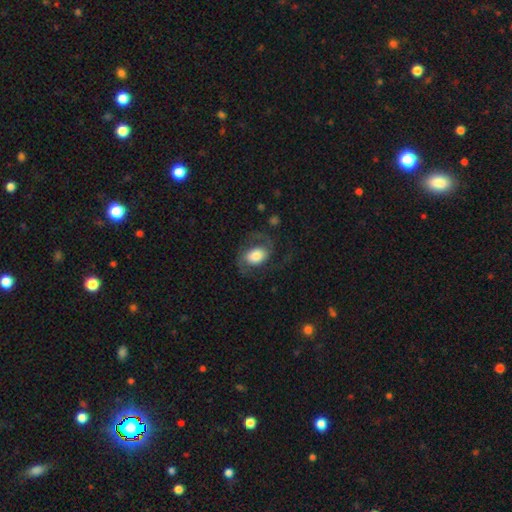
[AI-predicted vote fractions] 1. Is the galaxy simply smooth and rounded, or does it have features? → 64% featured or disk, 29% smooth, 7% star or artifact.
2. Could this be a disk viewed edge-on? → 97% no, 3% yes.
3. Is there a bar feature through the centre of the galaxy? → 63% no, 28% weak, 9% strong.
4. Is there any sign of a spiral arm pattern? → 90% yes, 10% no.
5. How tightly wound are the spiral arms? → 46% medium, 40% loose, 14% tight.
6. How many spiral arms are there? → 88% 2, 5% 1, 3% can't tell, 2% 3, 1% 4, 1% more than 4.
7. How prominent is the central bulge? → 50% large, 24% moderate, 17% dominant, 6% small, 3% none.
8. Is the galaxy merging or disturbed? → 60% none, 21% major disturbance, 17% minor disturbance, 2% merger.